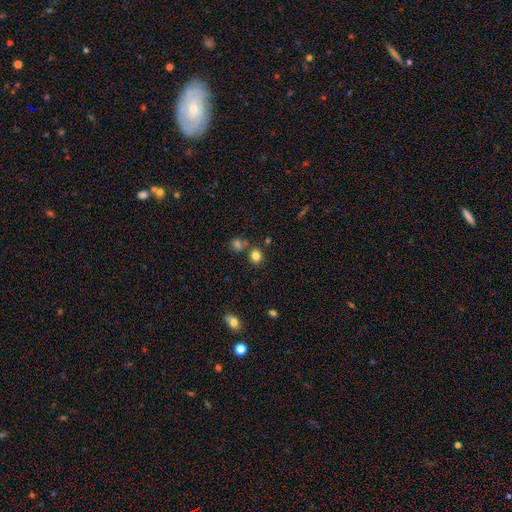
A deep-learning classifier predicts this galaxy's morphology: The model was most divided on "merging": none: 75%, merger: 13%, minor disturbance: 9%, major disturbance: 3%. More confident: how rounded — round (84%); smooth or featured — smooth (82%).